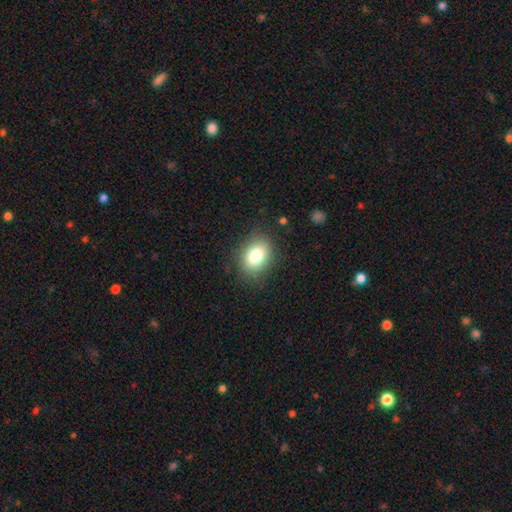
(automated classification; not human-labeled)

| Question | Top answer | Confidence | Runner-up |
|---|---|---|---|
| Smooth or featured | smooth | 80% | star or artifact (10%) |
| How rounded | in between | 69% | round (30%) |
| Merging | none | 84% | minor disturbance (11%) |